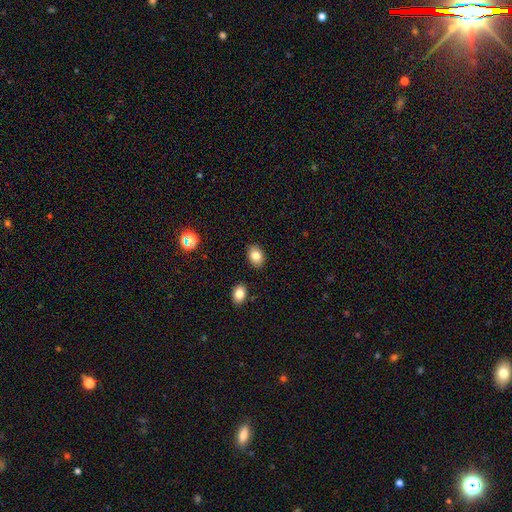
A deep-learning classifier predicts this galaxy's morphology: type=smooth (82%); roundness=in between (75%); merging=none (88%).